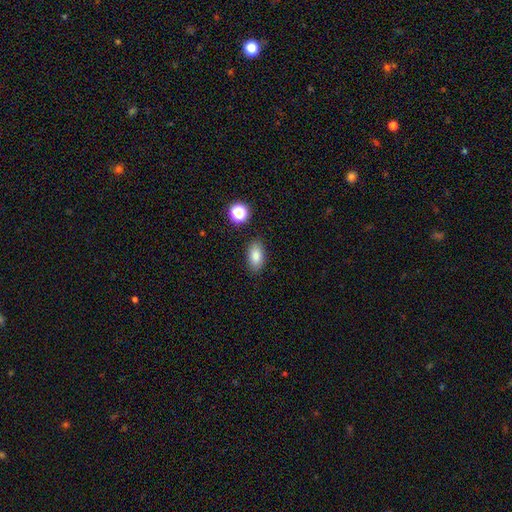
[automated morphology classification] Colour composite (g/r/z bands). It shows a smooth galaxy with no disk features (83%) that is in between round and cigar-shaped (90%). Merging: none (87%).